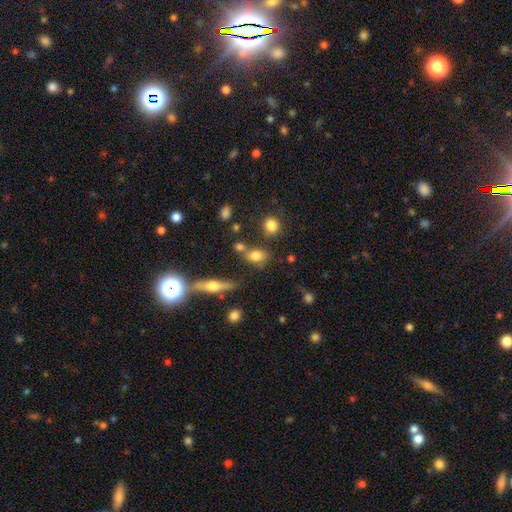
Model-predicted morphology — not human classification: type=smooth (76%); roundness=in between (71%); merging=none (63%).